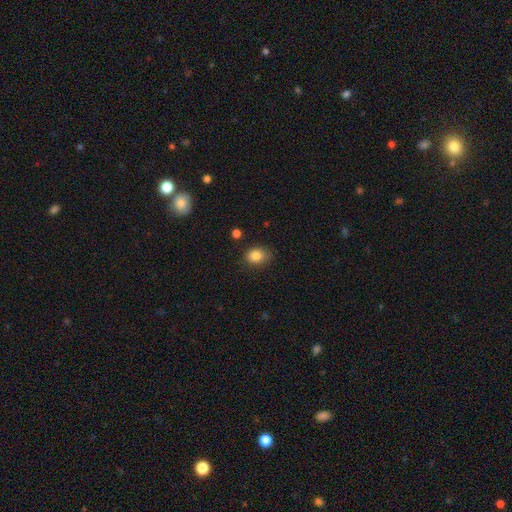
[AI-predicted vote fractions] Smooth or featured?
  - smooth: 84% *
  - star or artifact: 10%
  - featured or disk: 6%
How rounded?
  - in between: 52% *
  - round: 46%
  - cigar-shaped: 1%
Merging?
  - none: 76% *
  - minor disturbance: 18%
  - major disturbance: 4%
  - merger: 2%